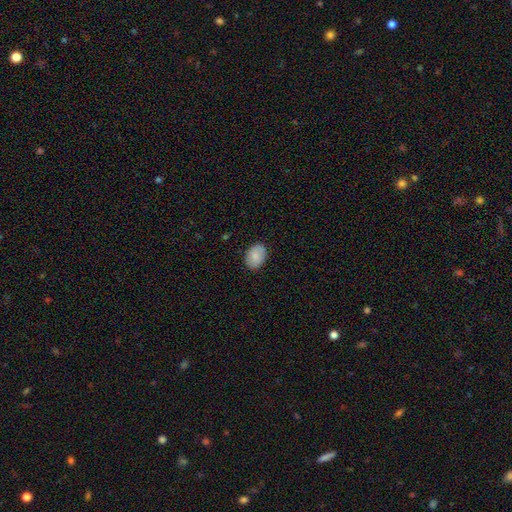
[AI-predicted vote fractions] Overall: smooth (83%). How rounded: in between (73%). Merging: none (85%).